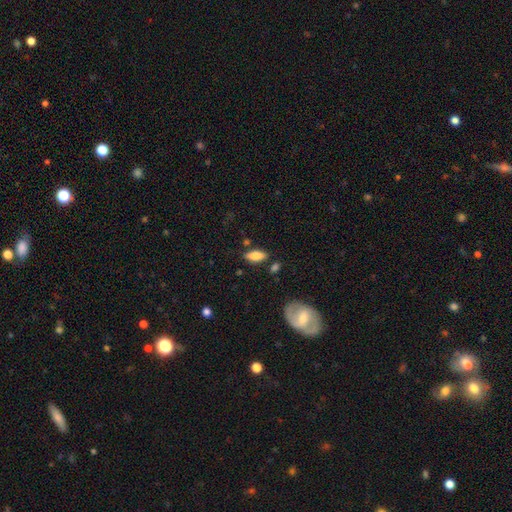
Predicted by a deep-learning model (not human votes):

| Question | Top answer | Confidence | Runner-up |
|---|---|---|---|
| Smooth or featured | smooth | 71% | featured or disk (22%) |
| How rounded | in between | 75% | cigar-shaped (22%) |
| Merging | none | 80% | minor disturbance (13%) |